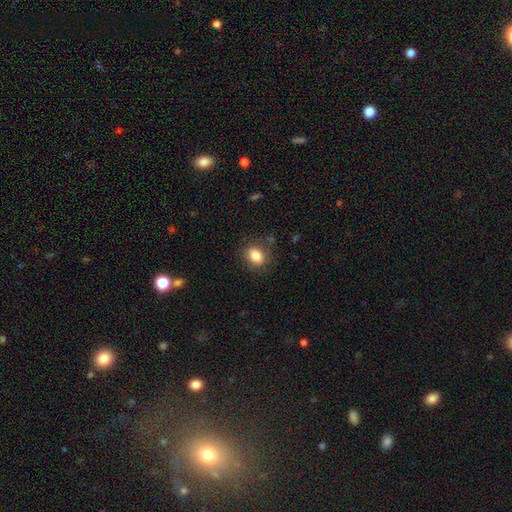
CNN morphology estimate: Smooth or featured?
  - smooth: 84% *
  - star or artifact: 9%
  - featured or disk: 7%
How rounded?
  - in between: 63% *
  - round: 35%
  - cigar-shaped: 1%
Merging?
  - none: 83% *
  - minor disturbance: 12%
  - major disturbance: 4%
  - merger: 1%